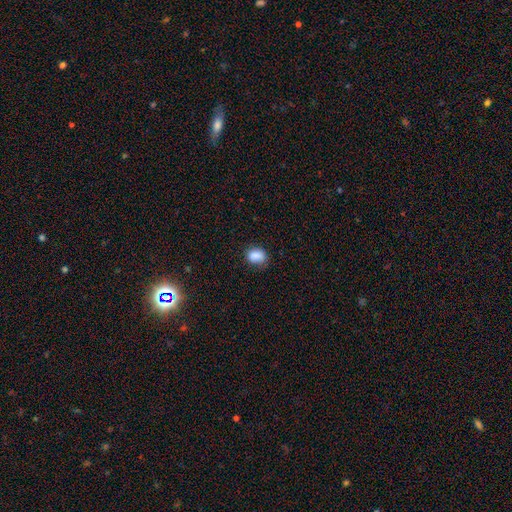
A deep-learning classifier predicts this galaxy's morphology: This appears to be a smooth galaxy with no disk features (85%) that is in between round and cigar-shaped (59%). Merging: none (71%).